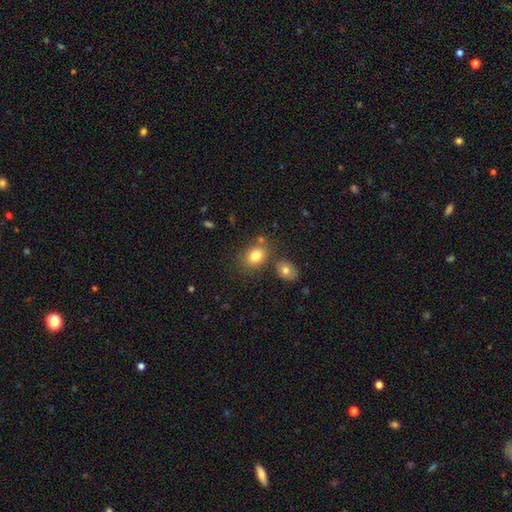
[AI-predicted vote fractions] A smooth galaxy with no disk features (80%) that is in between round and cigar-shaped (60%). Merging: none (66%).